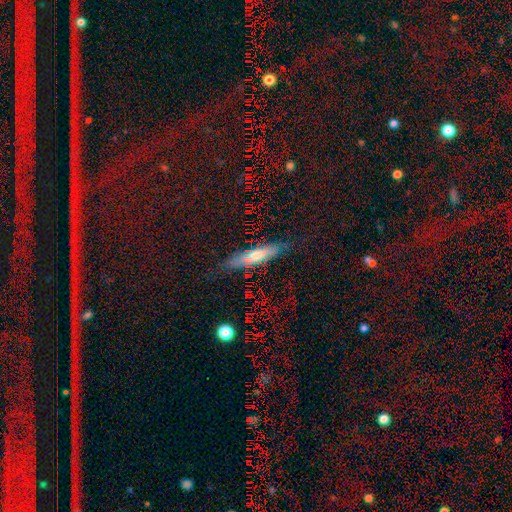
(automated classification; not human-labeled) Overall: smooth (55%; featured or disk 35%). How rounded: cigar-shaped (72%). Merging: none (80%).